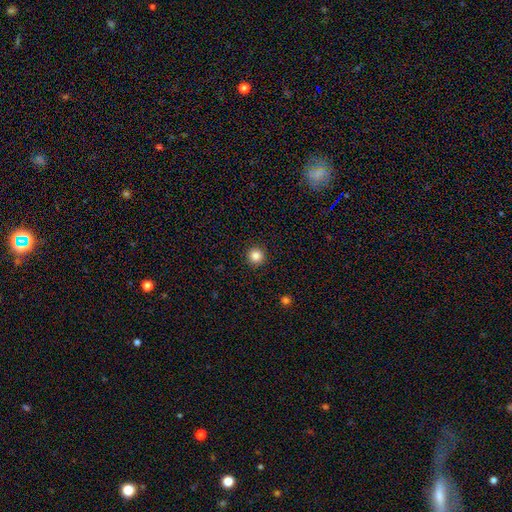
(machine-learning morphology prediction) Overall: smooth (86%). How rounded: round (95%). Merging: none (93%).